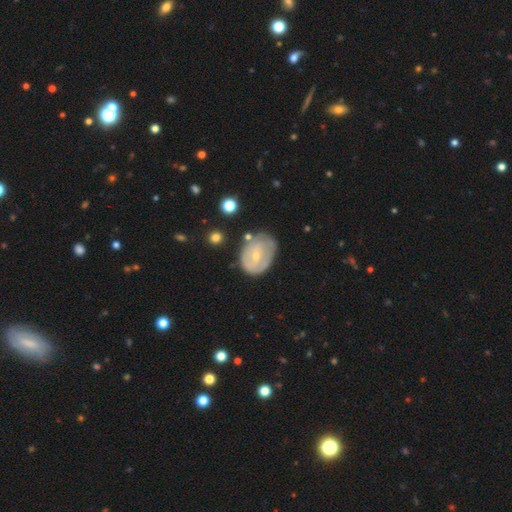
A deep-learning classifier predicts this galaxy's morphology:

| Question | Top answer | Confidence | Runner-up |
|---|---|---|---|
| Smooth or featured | featured or disk | 55% | smooth (39%) |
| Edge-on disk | no | 96% | yes (4%) |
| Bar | no | 56% | weak (35%) |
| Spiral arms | yes | 52% | no (48%) |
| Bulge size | small | 69% | moderate (27%) |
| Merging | none | 58% | minor disturbance (28%) |